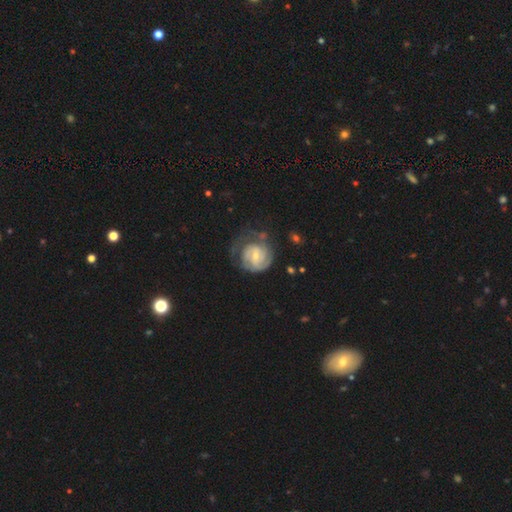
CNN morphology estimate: Smooth or featured?
  - featured or disk: 85% *
  - smooth: 10%
  - star or artifact: 5%
Edge-on disk?
  - no: 98% *
  - yes: 2%
Bar?
  - weak: 53% *
  - no: 34%
  - strong: 14%
Spiral arms?
  - yes: 96% *
  - no: 4%
Spiral winding?
  - tight: 64% *
  - medium: 29%
  - loose: 7%
Spiral arm count?
  - 2: 41% *
  - can't tell: 23%
  - 3: 23%
  - 4: 6%
  - 1: 5%
  - more than 4: 4%
Bulge size?
  - small: 58% *
  - moderate: 37%
  - none: 2%
  - large: 2%
  - dominant: 1%
Merging?
  - none: 57% *
  - minor disturbance: 24%
  - major disturbance: 17%
  - merger: 3%